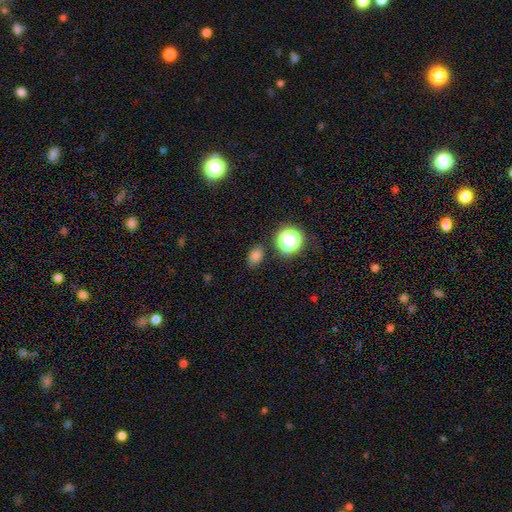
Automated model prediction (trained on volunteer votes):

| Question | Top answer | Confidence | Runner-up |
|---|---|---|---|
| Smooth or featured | smooth | 75% | star or artifact (18%) |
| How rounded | in between | 71% | round (28%) |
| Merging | none | 80% | minor disturbance (13%) |